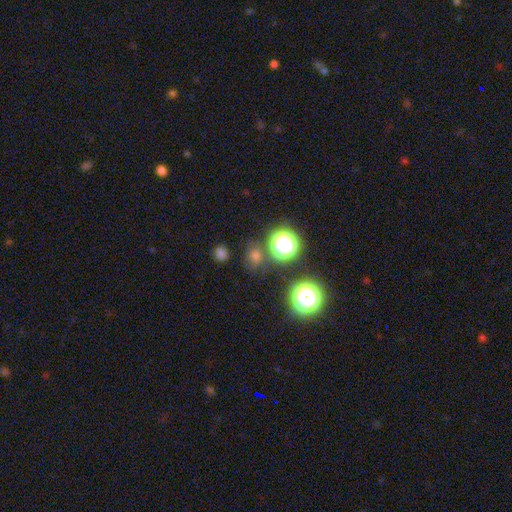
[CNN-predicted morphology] smooth_or_featured: smooth (p=0.62) [alt: star or artifact p=0.32]
how_rounded: round (p=0.75) [alt: in between p=0.24]
merging: none (p=0.79) [alt: minor disturbance p=0.11]